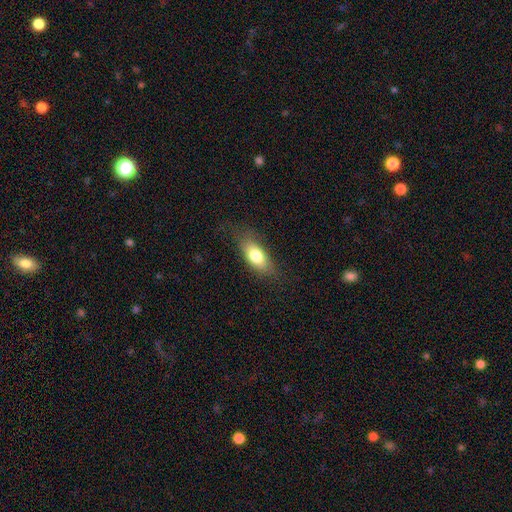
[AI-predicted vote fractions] smooth_or_featured: smooth (p=0.76) [alt: featured or disk p=0.17]
how_rounded: in between (p=0.82) [alt: cigar-shaped p=0.14]
merging: none (p=0.75) [alt: minor disturbance p=0.18]